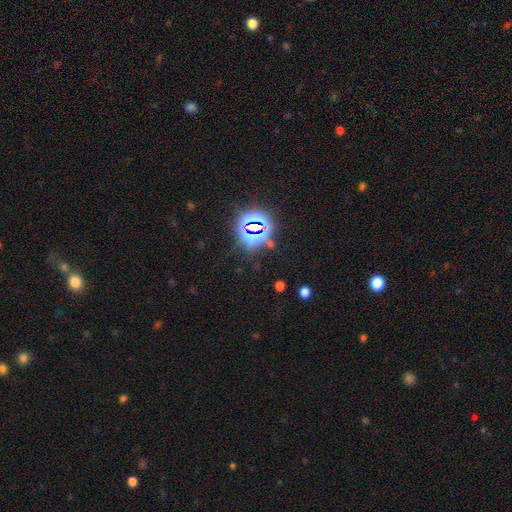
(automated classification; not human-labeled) The model was most divided on "smooth or featured": star or artifact: 81%, smooth: 12%, featured or disk: 7%.